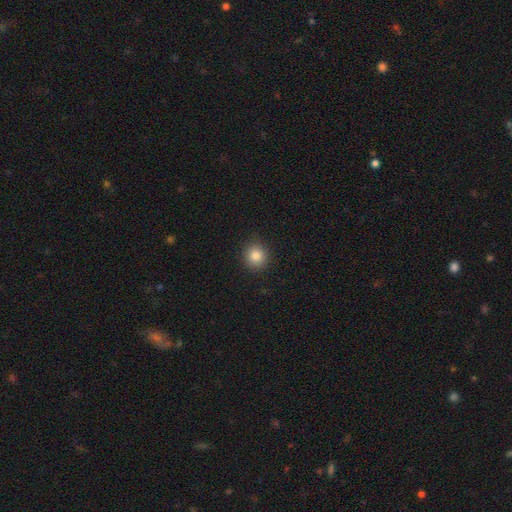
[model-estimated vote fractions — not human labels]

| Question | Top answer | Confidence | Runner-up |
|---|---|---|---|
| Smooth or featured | smooth | 84% | star or artifact (11%) |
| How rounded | round | 89% | in between (10%) |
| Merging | none | 91% | minor disturbance (6%) |